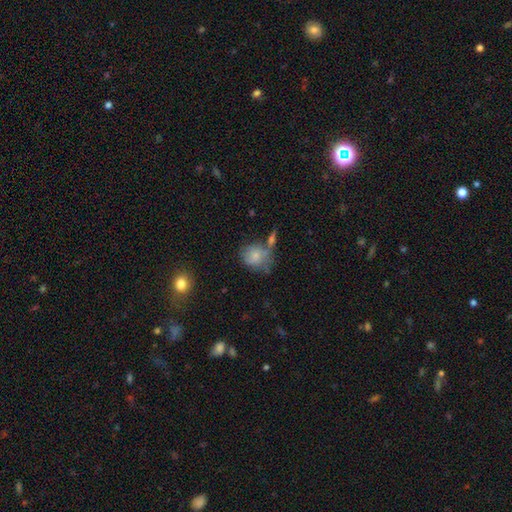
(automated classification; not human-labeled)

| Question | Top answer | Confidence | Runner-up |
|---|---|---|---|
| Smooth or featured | smooth | 75% | featured or disk (17%) |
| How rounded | round | 67% | in between (31%) |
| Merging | none | 43% | minor disturbance (25%) |